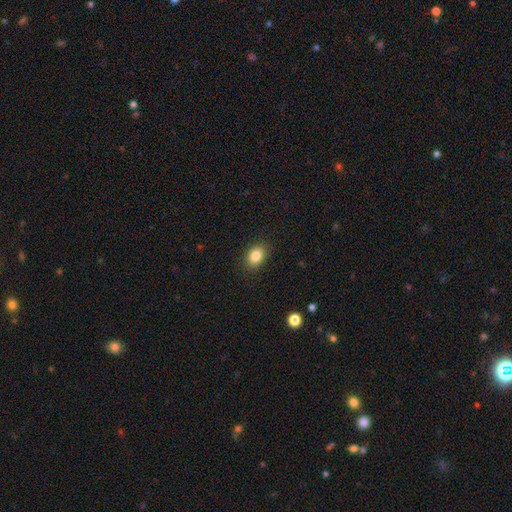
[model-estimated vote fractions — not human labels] This is clearly a smooth galaxy (84%). How rounded: likely in between (72%). Merging: clearly none (88%).